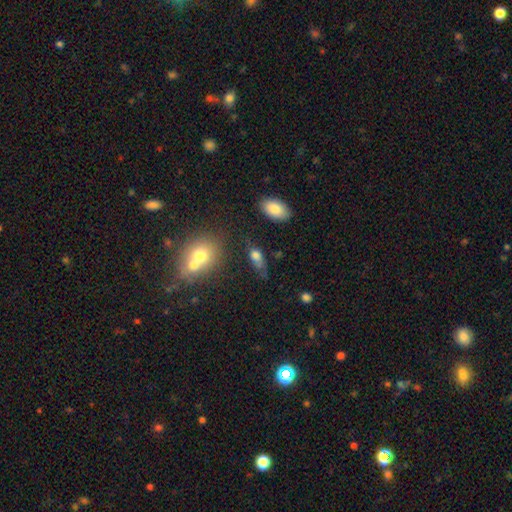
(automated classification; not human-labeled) This appears to be a smooth galaxy with no disk features (72%) that is in between round and cigar-shaped (79%). Merging: none (42%).